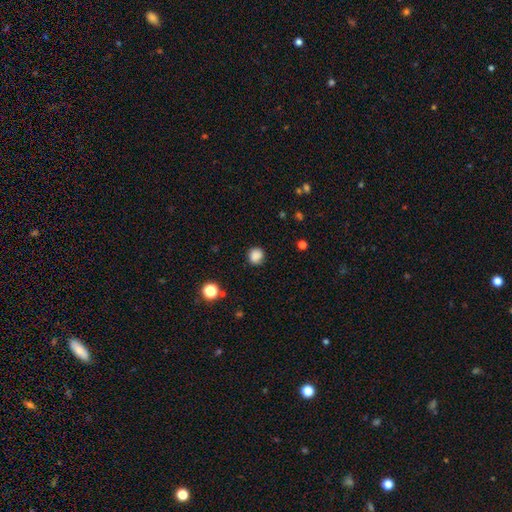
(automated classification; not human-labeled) smooth-or-featured: smooth: 85% | star or artifact: 11% | featured or disk: 3%
  how-rounded: round: 86% | in between: 13% | cigar-shaped: 1%
  merging: none: 87% | minor disturbance: 9% | major disturbance: 3% | merger: 1%